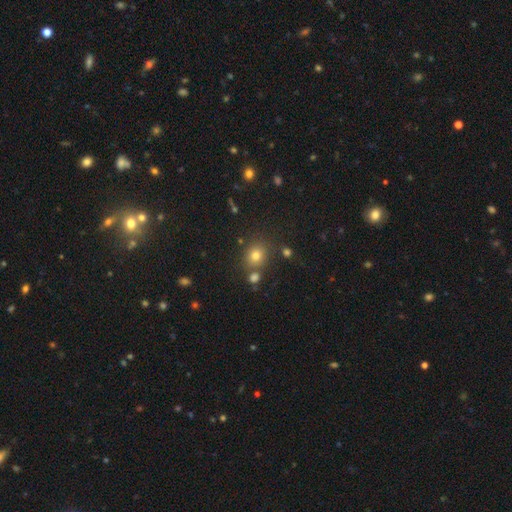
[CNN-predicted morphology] The model was most divided on "how rounded": round: 76%, in between: 23%, cigar-shaped: 1%. More confident: smooth or featured — smooth (75%); merging — none (75%).